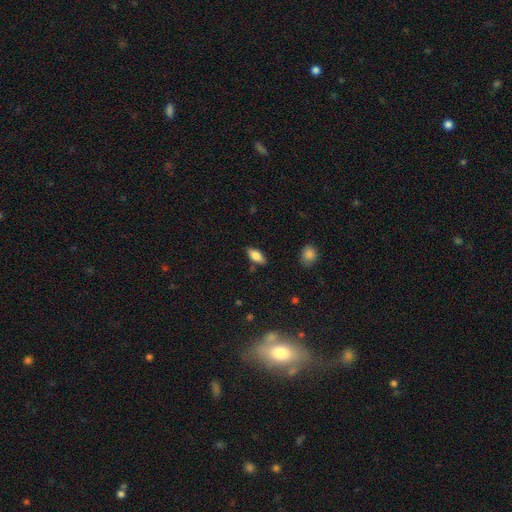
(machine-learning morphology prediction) Smooth or featured? Predicted: smooth (p=0.73). How rounded? Predicted: in between (p=0.81). Merging? Predicted: none (p=0.82).